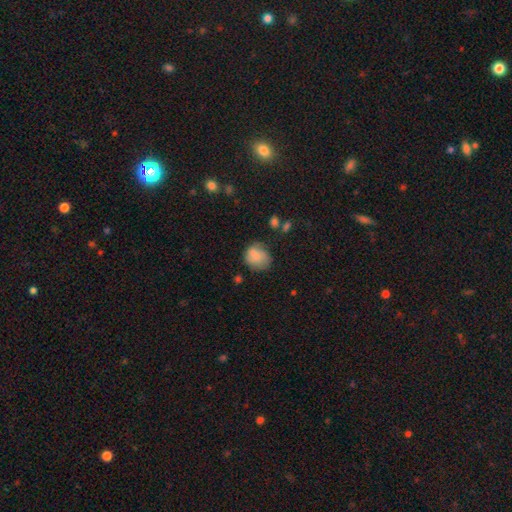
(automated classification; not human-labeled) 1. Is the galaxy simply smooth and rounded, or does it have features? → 78% smooth, 13% featured or disk, 9% star or artifact.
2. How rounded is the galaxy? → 65% round, 34% in between, 1% cigar-shaped.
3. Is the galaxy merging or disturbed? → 55% none, 29% minor disturbance, 12% major disturbance, 4% merger.